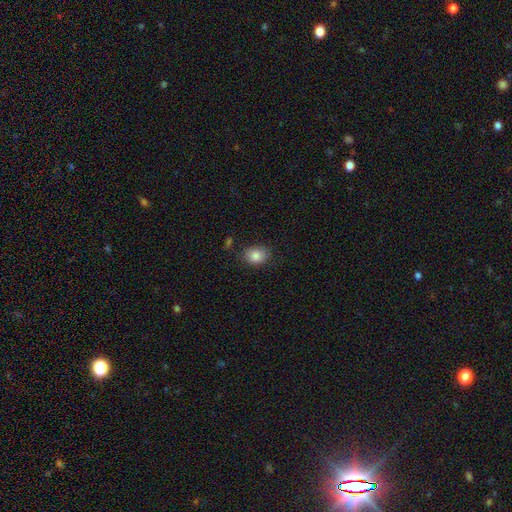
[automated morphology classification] Smooth or featured? Predicted: smooth (p=0.85). How rounded? Predicted: in between (p=0.54). Merging? Predicted: none (p=0.79).